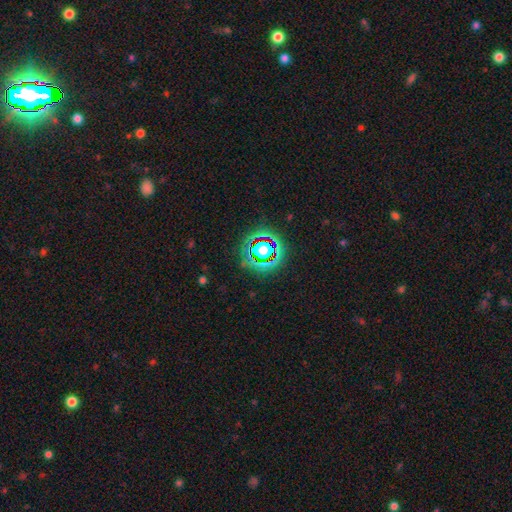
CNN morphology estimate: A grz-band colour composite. It shows a star or artifact, not a galaxy (80%).